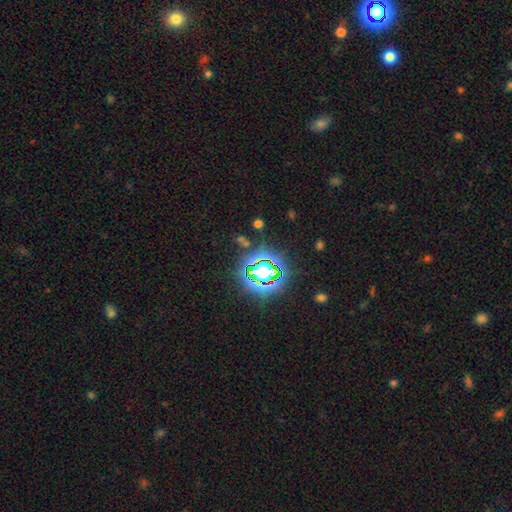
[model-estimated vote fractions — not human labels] This appears to be a star or artifact, not a galaxy (82%).